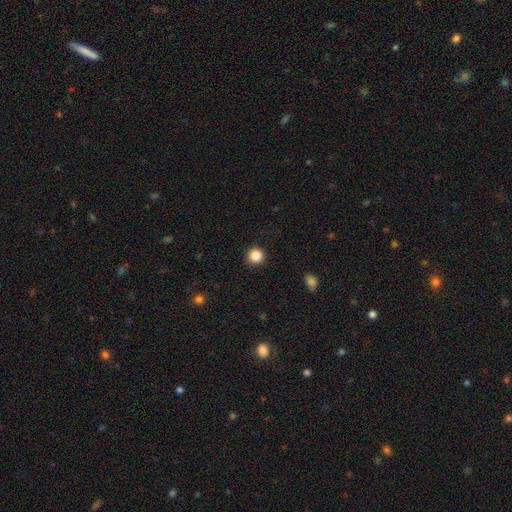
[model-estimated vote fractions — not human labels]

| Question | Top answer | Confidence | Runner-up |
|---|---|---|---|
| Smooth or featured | smooth | 87% | star or artifact (10%) |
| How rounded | round | 95% | in between (4%) |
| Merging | none | 91% | minor disturbance (6%) |